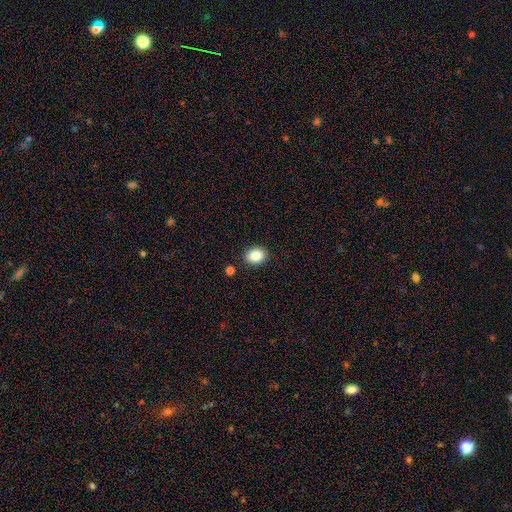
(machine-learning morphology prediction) Smooth or featured?
  - smooth: 85% *
  - star or artifact: 9%
  - featured or disk: 6%
How rounded?
  - in between: 59% *
  - round: 40%
  - cigar-shaped: 1%
Merging?
  - none: 87% *
  - minor disturbance: 8%
  - merger: 3%
  - major disturbance: 2%